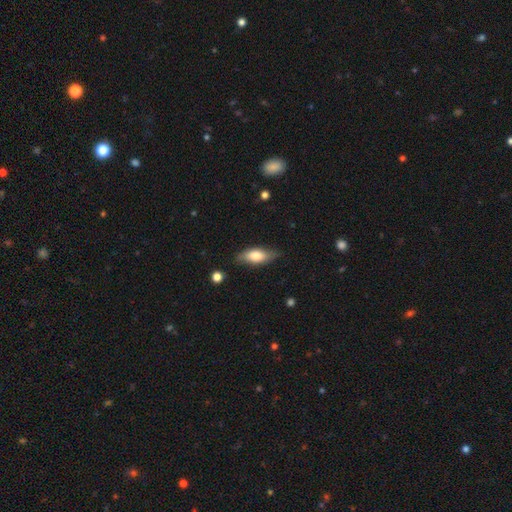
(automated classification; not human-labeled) Smooth or featured?
  - smooth: 68% *
  - featured or disk: 26%
  - star or artifact: 6%
How rounded?
  - in between: 77% *
  - cigar-shaped: 20%
  - round: 3%
Merging?
  - none: 76% *
  - minor disturbance: 19%
  - major disturbance: 4%
  - merger: 2%